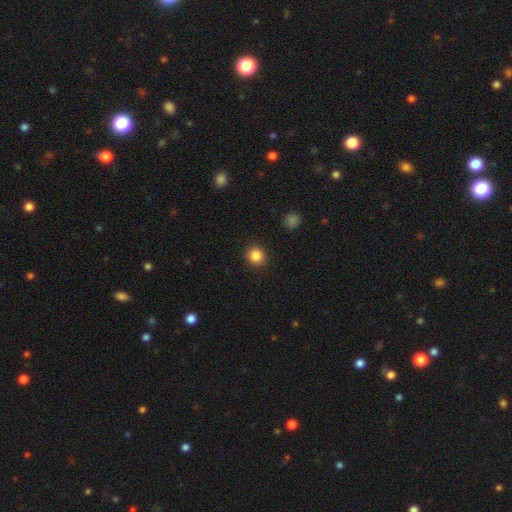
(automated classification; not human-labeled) This appears to be a smooth galaxy with no disk features (86%) that is round (91%). Merging: none (92%).